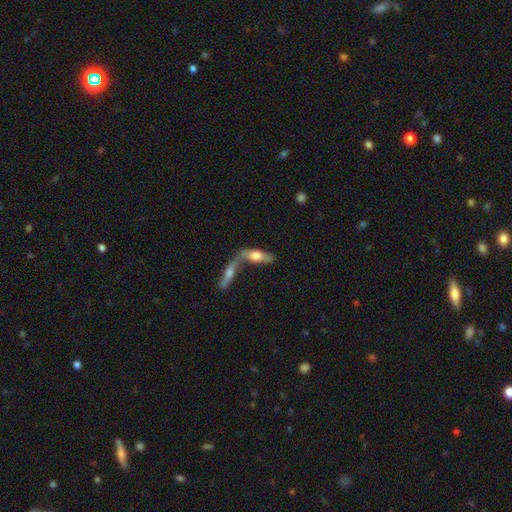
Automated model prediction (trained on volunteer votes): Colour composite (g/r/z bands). It shows a smooth galaxy with no disk features (50%). Merging: merger (67%).